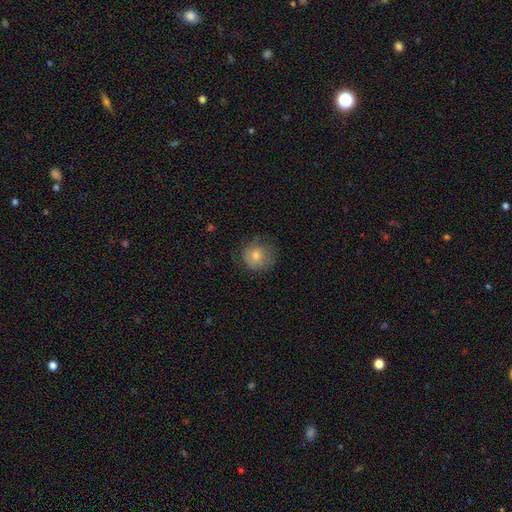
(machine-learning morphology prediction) type=smooth (74%); roundness=round (87%); merging=none (65%).